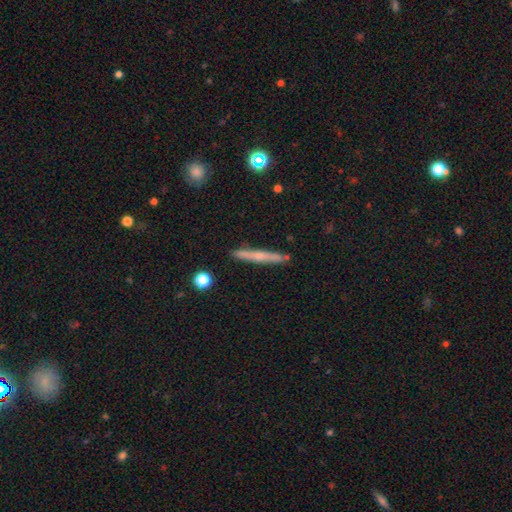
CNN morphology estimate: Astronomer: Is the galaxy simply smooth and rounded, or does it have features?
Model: featured or disk — 54% (runner-up: smooth, 39%).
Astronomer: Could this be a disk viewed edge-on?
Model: yes — 96%.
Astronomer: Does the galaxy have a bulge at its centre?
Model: rounded — 56% (runner-up: none, 39%).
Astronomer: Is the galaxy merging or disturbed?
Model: none — 89%.